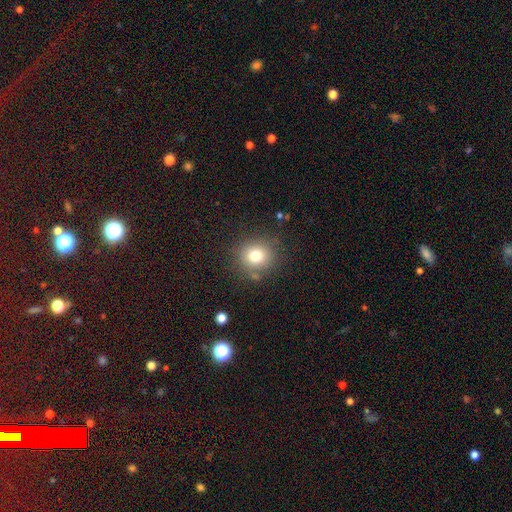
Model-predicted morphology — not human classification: Q: Smooth or featured?
A: smooth (76%); runner-up: star or artifact (14%)
Q: How rounded?
A: round (85%); runner-up: in between (14%)
Q: Merging?
A: none (81%); runner-up: minor disturbance (11%)